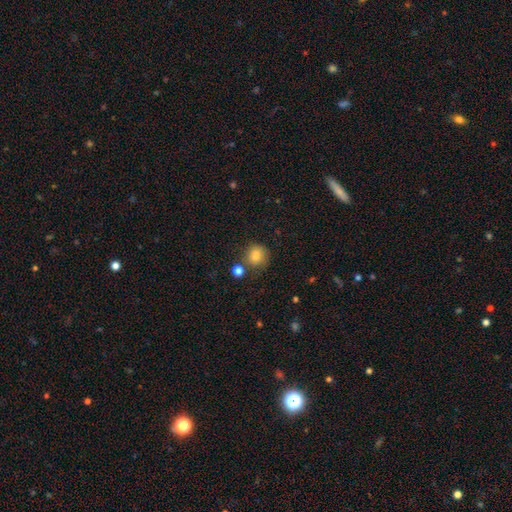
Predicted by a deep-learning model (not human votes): Morphology: type=smooth (82%); roundness=round (88%); merging=none (73%).